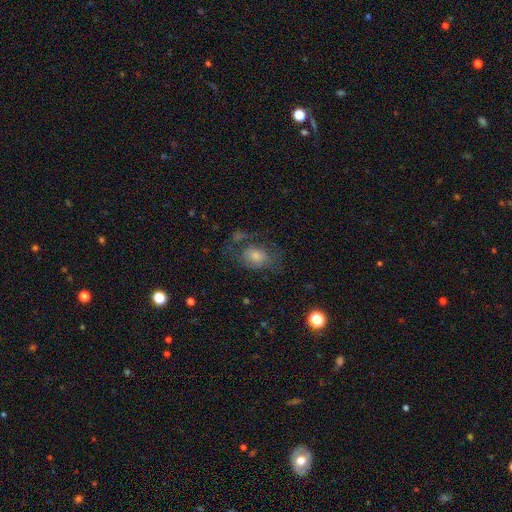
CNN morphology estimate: This appears to be a smooth galaxy with no disk features (46%). Merging: none (50%).